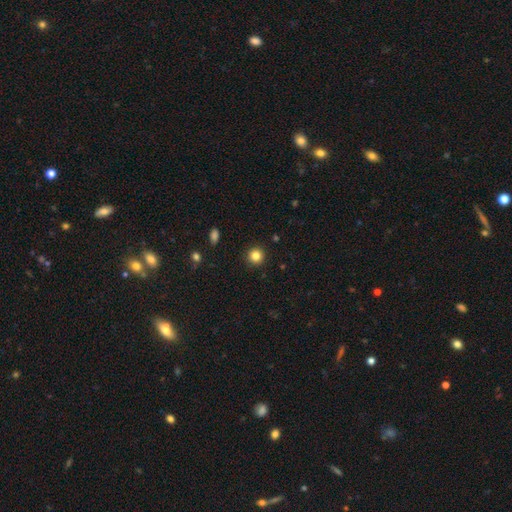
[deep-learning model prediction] Overall: smooth (84%). How rounded: round (95%). Merging: none (92%).